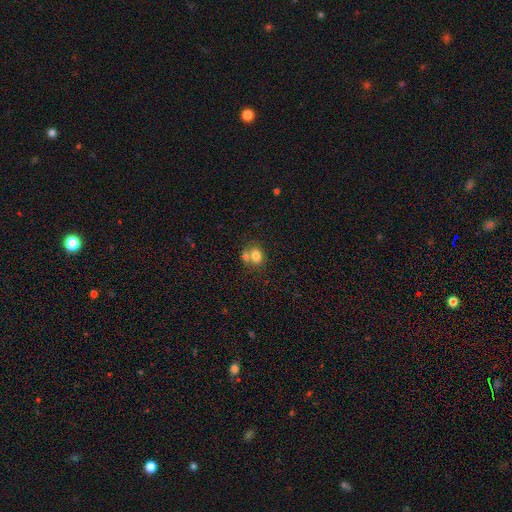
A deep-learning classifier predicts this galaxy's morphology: smooth-or-featured: smooth: 76% | featured or disk: 14% | star or artifact: 10%
  how-rounded: round: 52% | in between: 47% | cigar-shaped: 1%
  merging: merger: 49% | none: 38% | minor disturbance: 9% | major disturbance: 4%